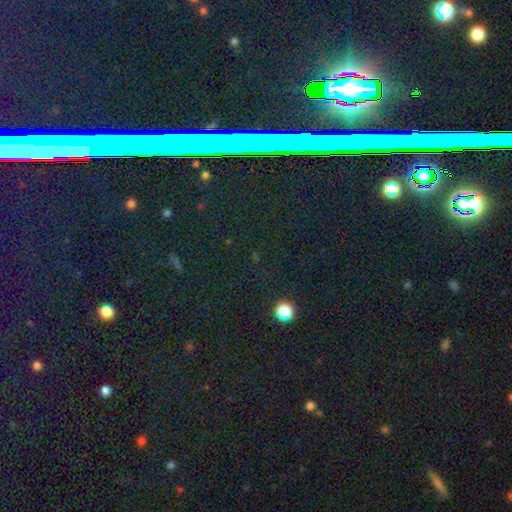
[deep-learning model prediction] The model was most divided on "smooth or featured": star or artifact: 79%, smooth: 12%, featured or disk: 9%.